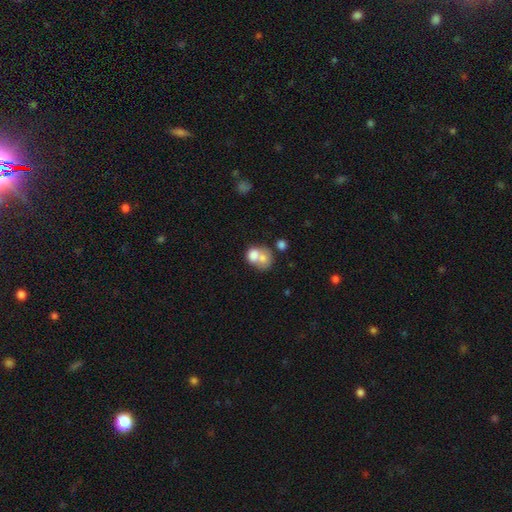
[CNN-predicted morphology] Smooth or featured? smooth (68%)
How rounded? in between (50%)
Merging? merger (66%)